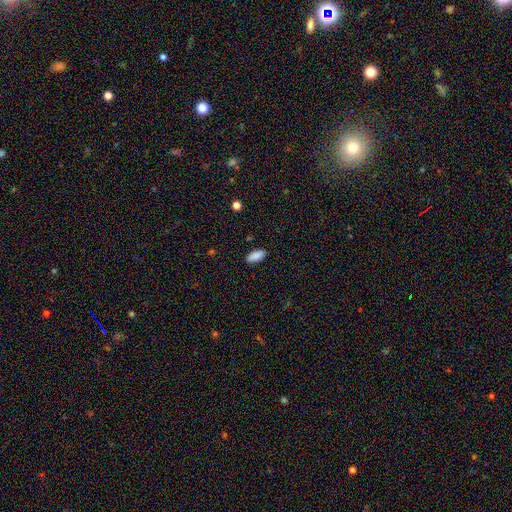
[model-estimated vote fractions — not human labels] This is clearly a smooth galaxy (89%). How rounded: clearly in between (90%). Merging: clearly none (88%).